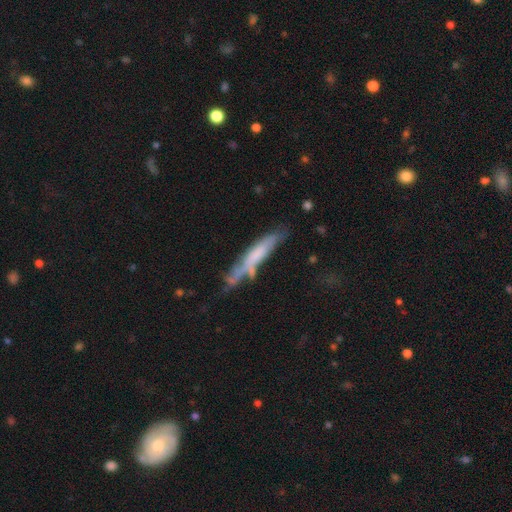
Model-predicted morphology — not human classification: smooth-or-featured: smooth: 54% | featured or disk: 38% | star or artifact: 8%
  how-rounded: cigar-shaped: 86% | in between: 12% | round: 2%
  merging: none: 48% | minor disturbance: 25% | merger: 14% | major disturbance: 13%